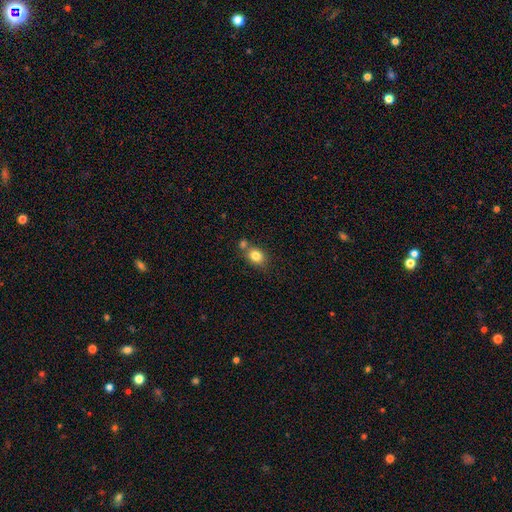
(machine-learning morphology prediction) smooth-or-featured: smooth: 82% | star or artifact: 10% | featured or disk: 8%
  how-rounded: round: 52% | in between: 47% | cigar-shaped: 1%
  merging: none: 59% | merger: 25% | minor disturbance: 13% | major disturbance: 4%